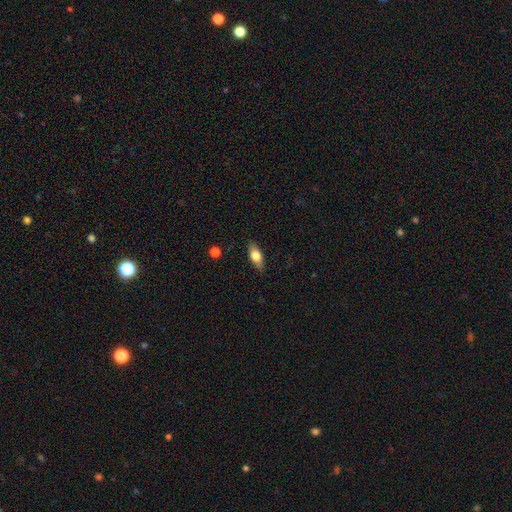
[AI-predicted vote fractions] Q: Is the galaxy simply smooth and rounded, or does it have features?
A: smooth — 72%.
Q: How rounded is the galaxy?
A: in between — 78%.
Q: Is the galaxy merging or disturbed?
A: none — 85%.